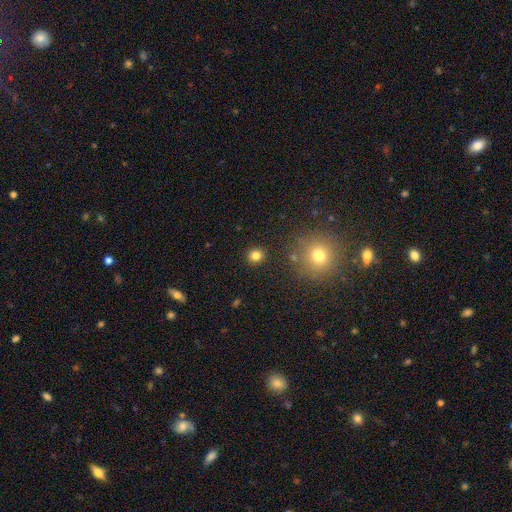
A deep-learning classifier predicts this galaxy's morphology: A smooth galaxy with no disk features (81%) that is round (88%).

Vote fractions:
- Smooth or featured? smooth: 81% / star or artifact: 14% / featured or disk: 6%
- How rounded? round: 88% / in between: 11% / cigar-shaped: 1%
- Merging? none: 89% / minor disturbance: 6% / merger: 3% / major disturbance: 2%